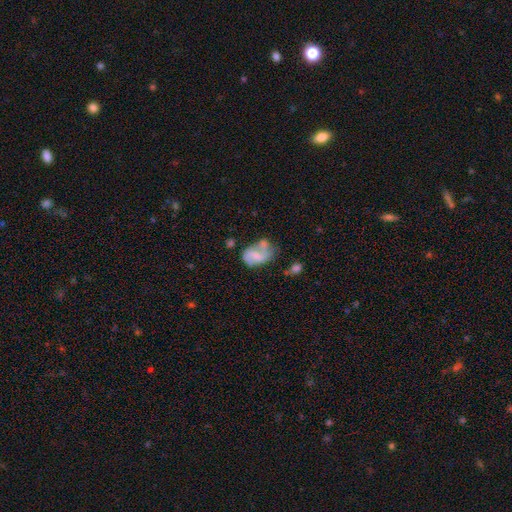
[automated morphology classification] A featured or disk galaxy (57%) with no bar (46%), spiral arms (71%) and no central bulge (42%).

Vote fractions:
- Smooth or featured? featured or disk: 57% / smooth: 35% / star or artifact: 8%
- Edge-on disk? no: 98% / yes: 2%
- Bar? no: 46% / weak: 40% / strong: 14%
- Spiral arms? yes: 71% / no: 29%
- Bulge size? none: 42% / small: 28% / moderate: 23% / large: 6% / dominant: 2%
- Merging? none: 33% / minor disturbance: 26% / major disturbance: 22% / merger: 18%